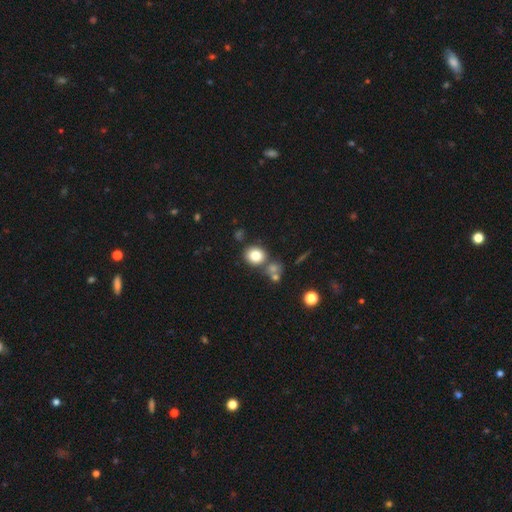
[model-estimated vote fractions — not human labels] This appears to be a smooth galaxy with no disk features (80%) that is round (72%). Merging: none (69%).